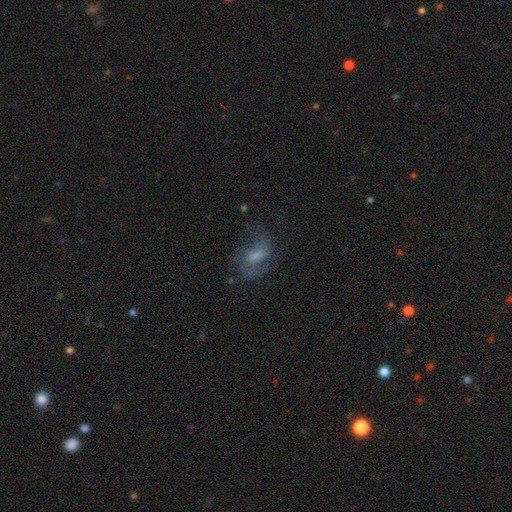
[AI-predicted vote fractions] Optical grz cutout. It shows a featured or disk galaxy (65%) with a weak bar (49%), spiral arms (80%) and a moderate central bulge (37%). Merging: none (52%).